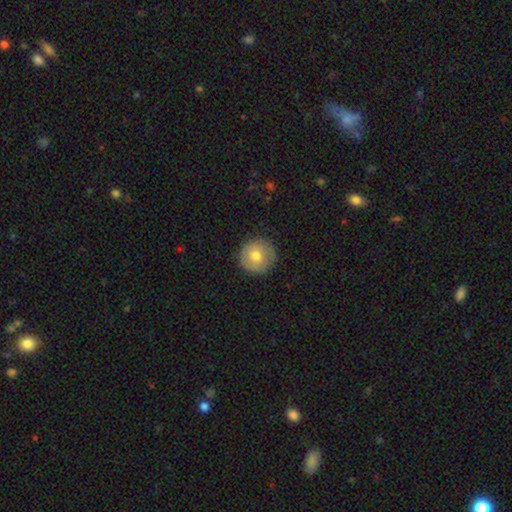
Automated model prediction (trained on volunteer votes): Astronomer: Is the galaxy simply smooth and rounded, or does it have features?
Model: smooth — 72%.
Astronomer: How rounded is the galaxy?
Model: round — 95%.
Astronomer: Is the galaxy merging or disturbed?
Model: none — 87%.